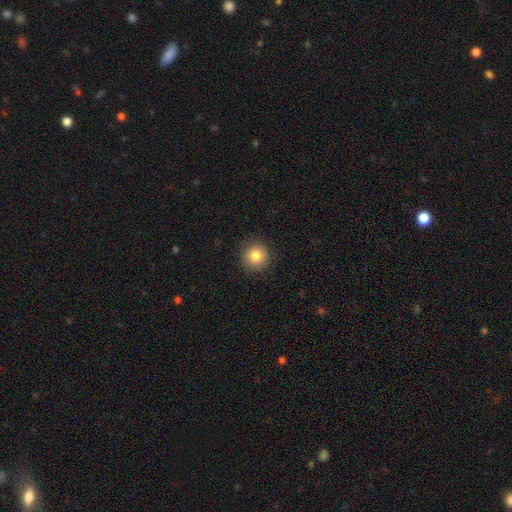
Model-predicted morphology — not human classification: smooth_or_featured: smooth (p=0.83) [alt: star or artifact p=0.10]
how_rounded: round (p=0.94) [alt: in between p=0.05]
merging: none (p=0.90) [alt: minor disturbance p=0.07]